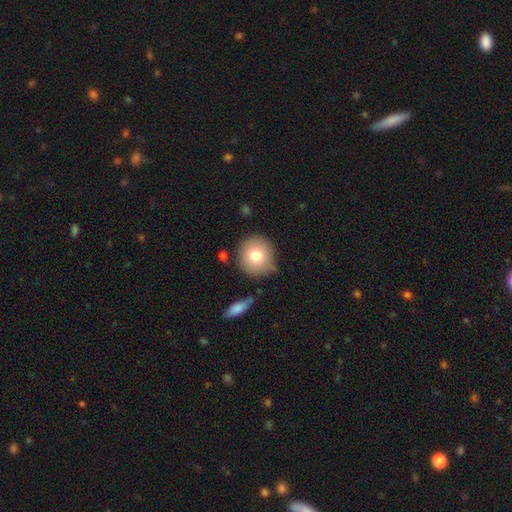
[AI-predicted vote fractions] This appears to be a smooth galaxy with no disk features (76%) that is round (92%). Merging: none (80%).